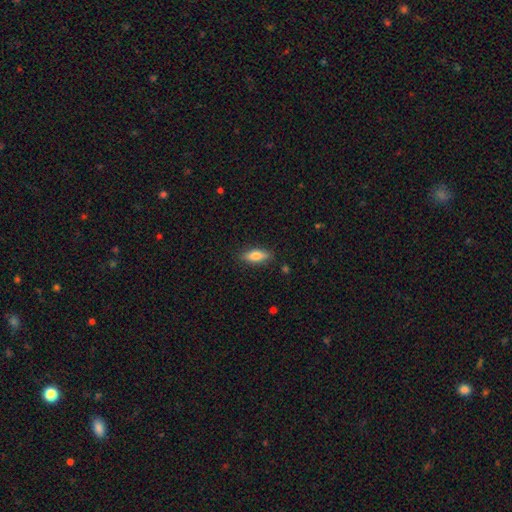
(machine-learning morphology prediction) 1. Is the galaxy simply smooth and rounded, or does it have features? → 78% smooth, 15% featured or disk, 7% star or artifact.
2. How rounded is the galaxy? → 68% in between, 30% cigar-shaped, 3% round.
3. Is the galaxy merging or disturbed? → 85% none, 12% minor disturbance, 3% major disturbance, 1% merger.